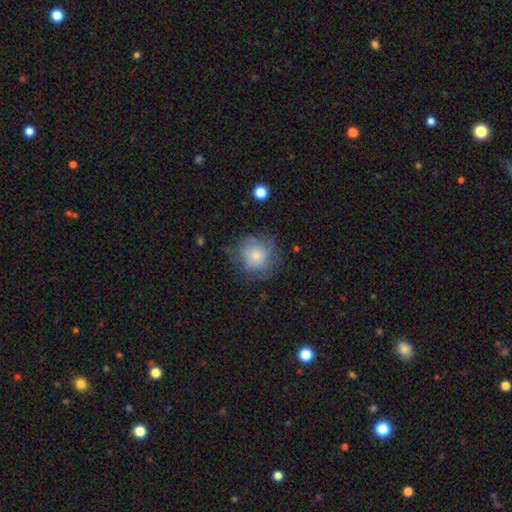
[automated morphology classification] Smooth or featured? smooth (63%)
How rounded? round (88%)
Merging? none (63%)